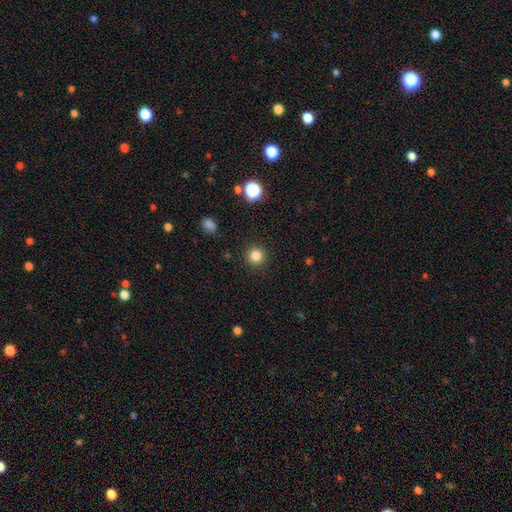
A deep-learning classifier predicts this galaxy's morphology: Smooth or featured: smooth — 83% (star or artifact — 13%)
How rounded: round — 94% (in between — 5%)
Merging: none — 91% (minor disturbance — 5%)